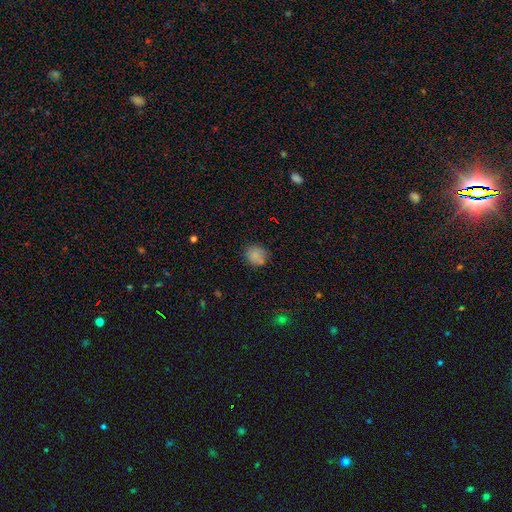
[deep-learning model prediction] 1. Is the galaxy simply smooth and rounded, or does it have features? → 83% smooth, 10% star or artifact, 6% featured or disk.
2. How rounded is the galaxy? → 82% round, 17% in between, 1% cigar-shaped.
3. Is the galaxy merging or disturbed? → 80% none, 14% minor disturbance, 4% merger, 3% major disturbance.